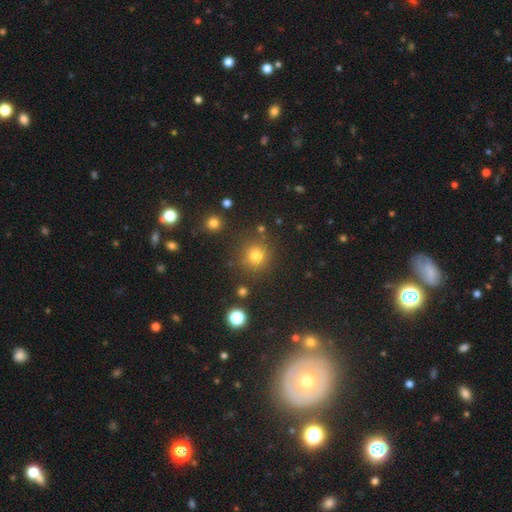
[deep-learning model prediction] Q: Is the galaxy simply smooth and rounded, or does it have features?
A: smooth — 75%.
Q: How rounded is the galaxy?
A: round — 93%.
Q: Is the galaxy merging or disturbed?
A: none — 85%.